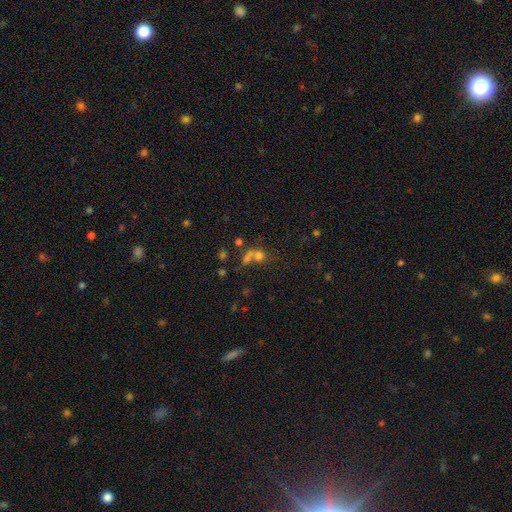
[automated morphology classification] smooth-or-featured: smooth: 62% | star or artifact: 24% | featured or disk: 14%
  how-rounded: round: 72% | in between: 24% | cigar-shaped: 3%
  merging: merger: 42% | none: 41% | minor disturbance: 9% | major disturbance: 8%